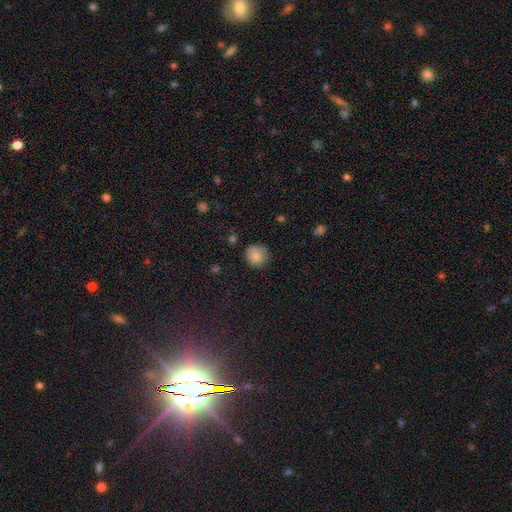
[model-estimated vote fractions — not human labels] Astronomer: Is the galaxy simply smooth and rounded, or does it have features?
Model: smooth — 83%.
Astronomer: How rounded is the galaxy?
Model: round — 86%.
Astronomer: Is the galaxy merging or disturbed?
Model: none — 74%.